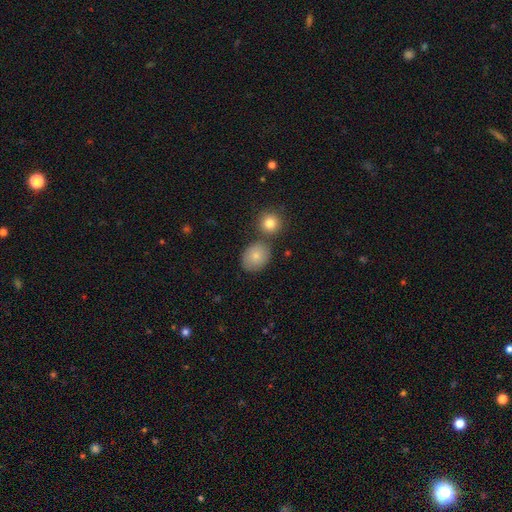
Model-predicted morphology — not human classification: Smooth or featured? smooth (82%)
How rounded? round (50%)
Merging? none (69%)